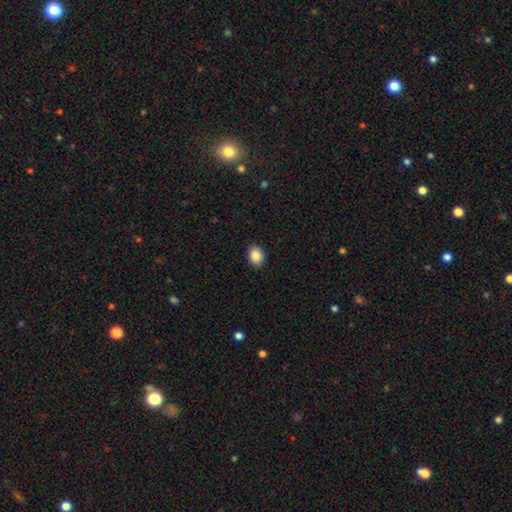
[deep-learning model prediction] Smooth or featured? Predicted: smooth (p=0.88). How rounded? Predicted: in between (p=0.70). Merging? Predicted: none (p=0.89).